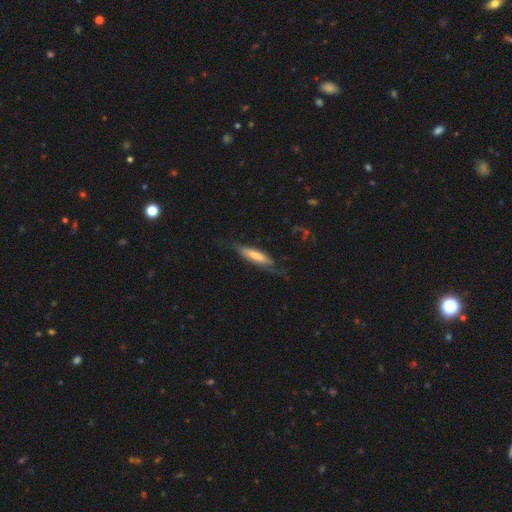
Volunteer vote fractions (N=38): Q: Smooth or featured?
A: smooth (55%); runner-up: featured or disk (39%)
Q: How rounded?
A: cigar-shaped (67%); runner-up: in between (29%)
Q: Merging?
A: none (50%); runner-up: minor disturbance (25%)